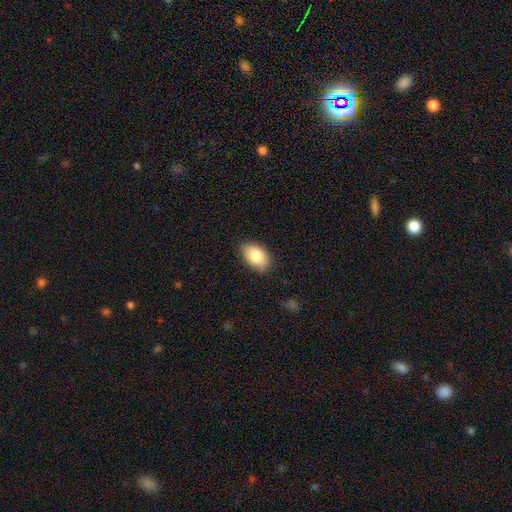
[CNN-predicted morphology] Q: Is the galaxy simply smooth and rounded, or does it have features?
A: smooth — 86%.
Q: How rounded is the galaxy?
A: in between — 90%.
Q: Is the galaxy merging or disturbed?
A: none — 80%.